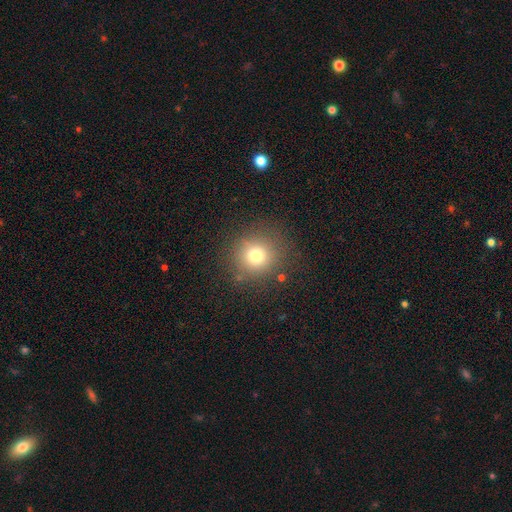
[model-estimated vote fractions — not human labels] Smooth or featured?
  - smooth: 74% *
  - star or artifact: 16%
  - featured or disk: 10%
How rounded?
  - round: 91% *
  - in between: 8%
  - cigar-shaped: 1%
Merging?
  - none: 84% *
  - minor disturbance: 9%
  - major disturbance: 5%
  - merger: 2%